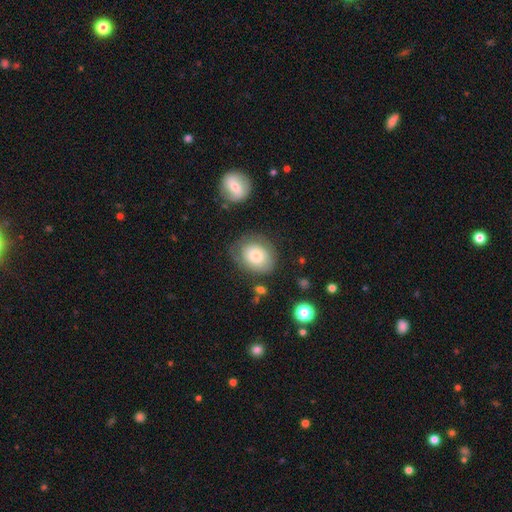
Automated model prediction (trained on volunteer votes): Smooth or featured: smooth — 71% (featured or disk — 21%)
How rounded: round — 57% (in between — 43%)
Merging: none — 66% (minor disturbance — 20%)